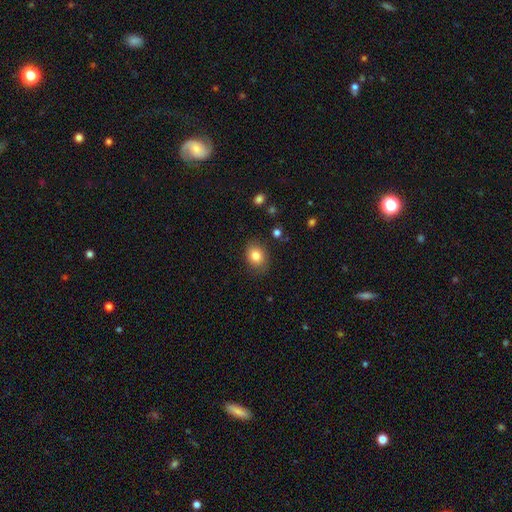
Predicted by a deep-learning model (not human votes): A smooth galaxy with no disk features (83%) that is in between round and cigar-shaped (56%).

Vote fractions:
- Smooth or featured? smooth: 83% / star or artifact: 9% / featured or disk: 8%
- How rounded? in between: 56% / round: 43% / cigar-shaped: 1%
- Merging? none: 82% / minor disturbance: 13% / major disturbance: 3% / merger: 1%